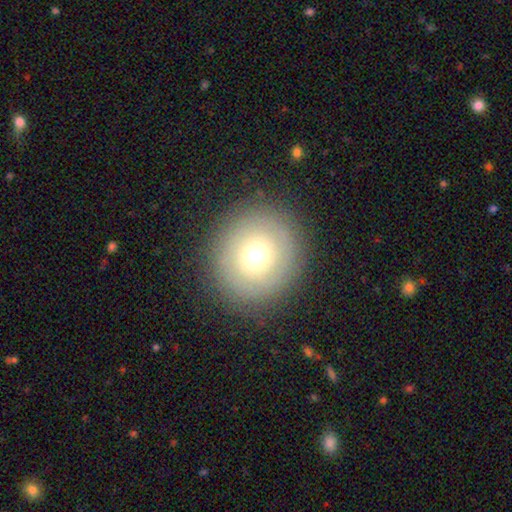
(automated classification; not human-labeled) The model was most divided on "smooth or featured": smooth: 60%, featured or disk: 28%, star or artifact: 12%. More confident: how rounded — round (90%); merging — none (88%).